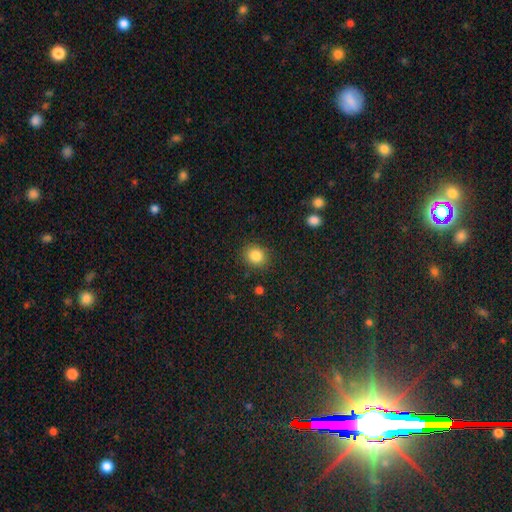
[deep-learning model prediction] Morphology: type=smooth (85%); roundness=round (73%); merging=none (88%).